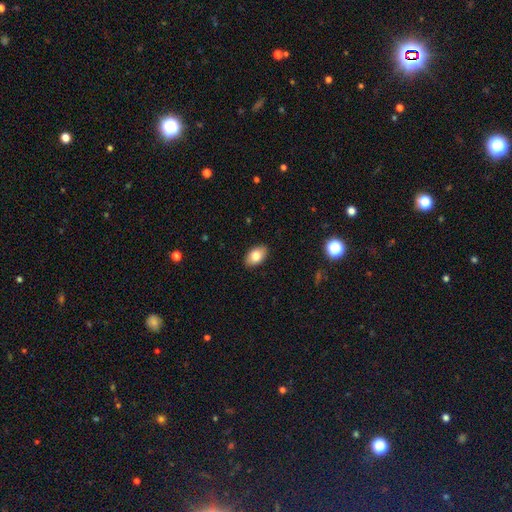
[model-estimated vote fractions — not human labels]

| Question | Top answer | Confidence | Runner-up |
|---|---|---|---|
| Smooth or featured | smooth | 79% | featured or disk (14%) |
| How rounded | in between | 91% | round (7%) |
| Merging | none | 89% | minor disturbance (9%) |